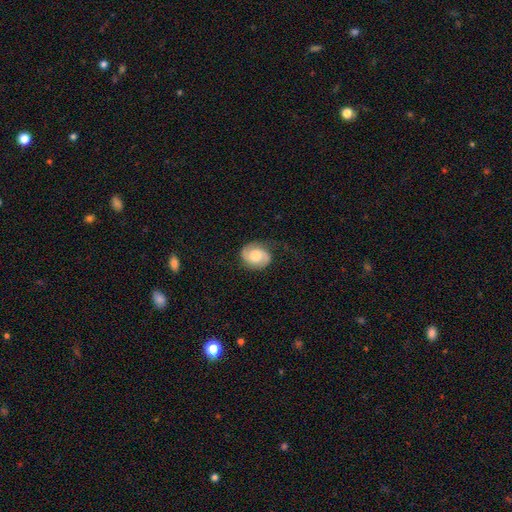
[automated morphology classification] A featured or disk galaxy (68%) with no bar (64%), 2 (87%) medium (44%) spiral arms (94%) and a moderate central bulge (58%).

Vote fractions:
- Smooth or featured? featured or disk: 68% / smooth: 25% / star or artifact: 7%
- Edge-on disk? no: 98% / yes: 2%
- Bar? no: 64% / weak: 30% / strong: 5%
- Spiral arms? yes: 94% / no: 6%
- Spiral winding? medium: 44% / tight: 37% / loose: 19%
- Spiral arm count? 2: 87% / can't tell: 5% / 1: 5% / 3: 1% / 4: 1% / more than 4: 1%
- Bulge size? moderate: 58% / large: 21% / small: 15% / none: 4% / dominant: 3%
- Merging? none: 72% / minor disturbance: 19% / major disturbance: 8% / merger: 1%